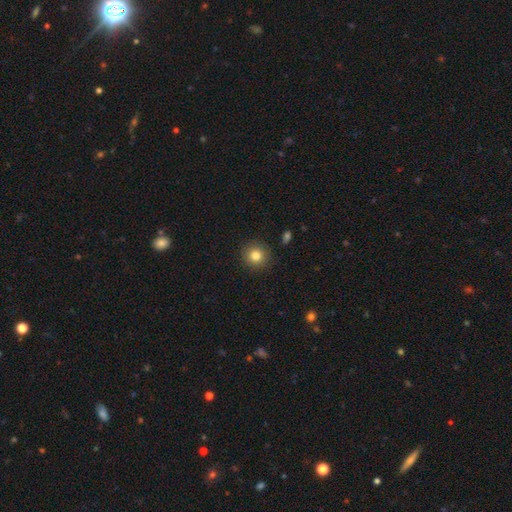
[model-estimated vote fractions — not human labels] Smooth or featured: smooth — 82% (star or artifact — 11%)
How rounded: round — 93% (in between — 6%)
Merging: none — 90% (minor disturbance — 7%)